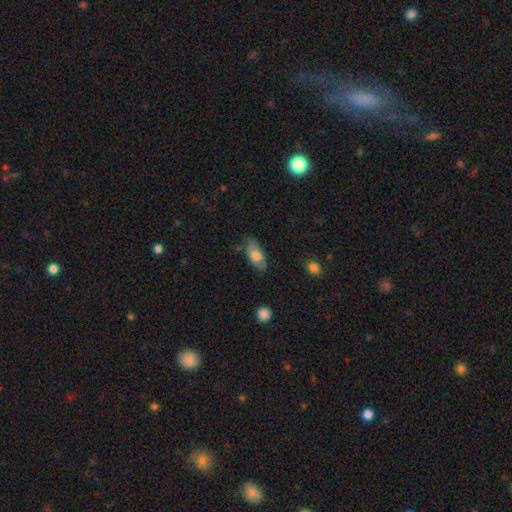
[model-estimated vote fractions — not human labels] The model was most divided on "smooth or featured": smooth: 69%, featured or disk: 25%, star or artifact: 7%. More confident: how rounded — in between (88%); merging — none (75%).